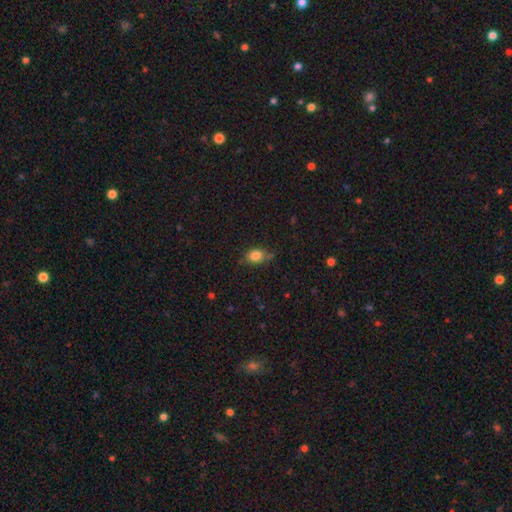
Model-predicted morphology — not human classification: The model was most divided on "how rounded": in between: 67%, round: 30%, cigar-shaped: 2%. More confident: smooth or featured — smooth (81%); merging — none (68%).